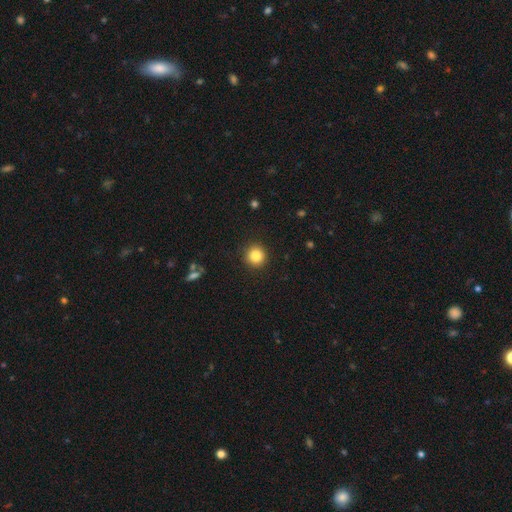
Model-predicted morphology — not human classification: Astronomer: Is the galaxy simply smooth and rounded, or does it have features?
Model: smooth — 86%.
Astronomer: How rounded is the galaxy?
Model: round — 94%.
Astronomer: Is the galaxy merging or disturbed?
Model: none — 91%.